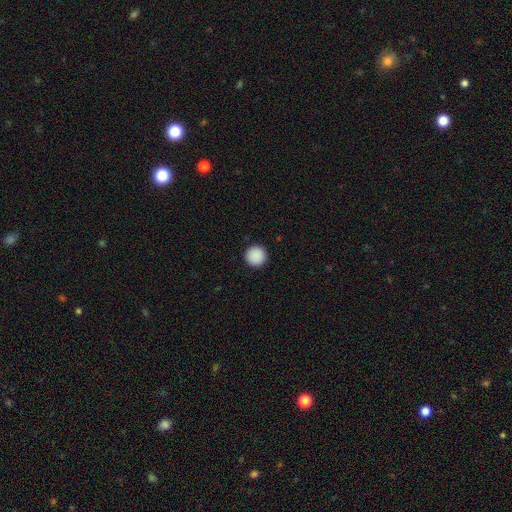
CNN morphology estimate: type=smooth (90%); roundness=round (97%); merging=none (94%).